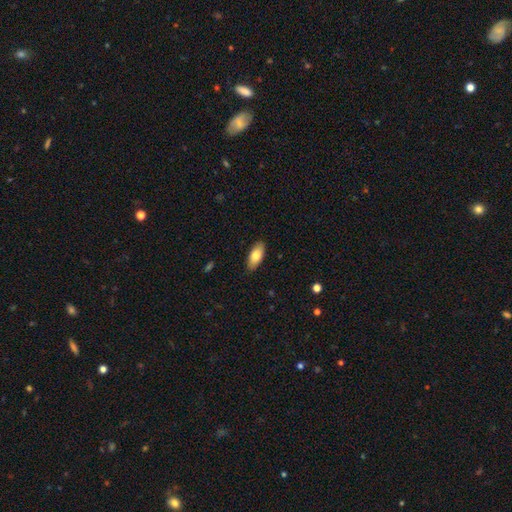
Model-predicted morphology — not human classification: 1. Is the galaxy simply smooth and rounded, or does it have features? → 78% smooth, 16% featured or disk, 6% star or artifact.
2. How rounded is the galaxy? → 86% in between, 11% cigar-shaped, 2% round.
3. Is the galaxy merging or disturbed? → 88% none, 10% minor disturbance, 2% major disturbance, 1% merger.